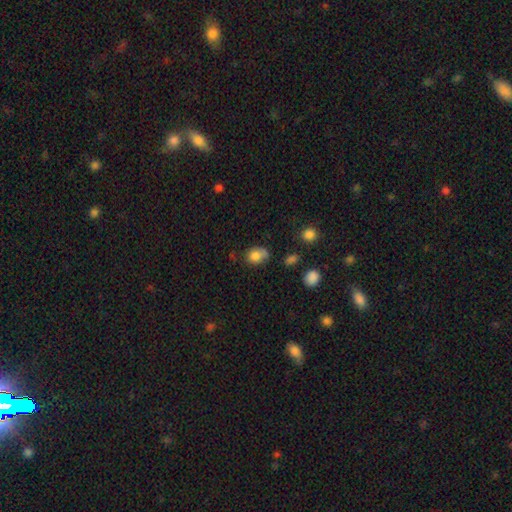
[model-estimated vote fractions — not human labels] This appears to be a smooth galaxy with no disk features (80%) that is in between round and cigar-shaped (55%). Merging: none (48%).